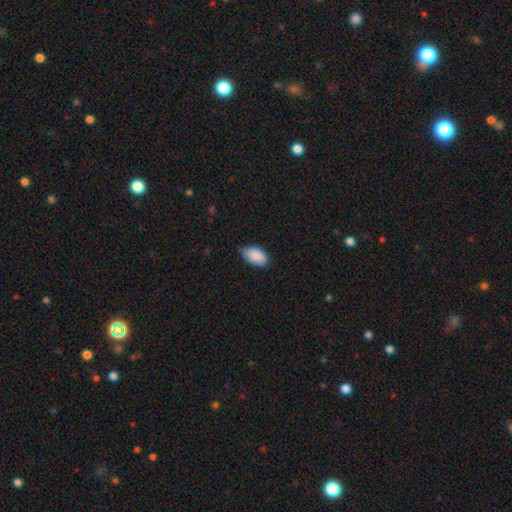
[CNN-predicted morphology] Smooth or featured? smooth (89%)
How rounded? in between (94%)
Merging? none (71%)